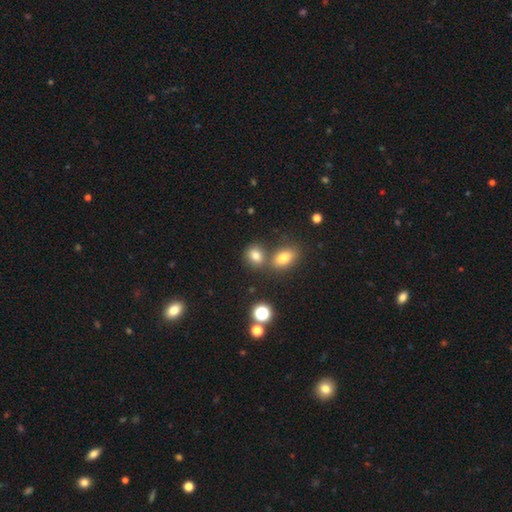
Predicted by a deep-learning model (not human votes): Overall: smooth (76%). How rounded: round (51%; in between 48%). Merging: none (59%; merger 27%).